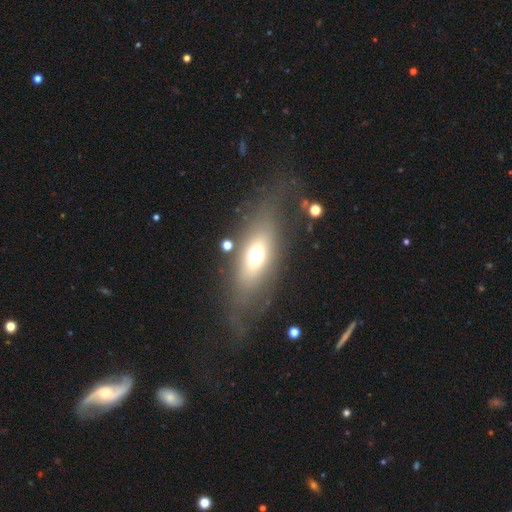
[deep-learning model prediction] Smooth or featured?
  - smooth: 54% *
  - featured or disk: 32%
  - star or artifact: 14%
How rounded?
  - in between: 70% *
  - cigar-shaped: 16%
  - round: 14%
Merging?
  - none: 67% *
  - major disturbance: 15%
  - minor disturbance: 14%
  - merger: 4%